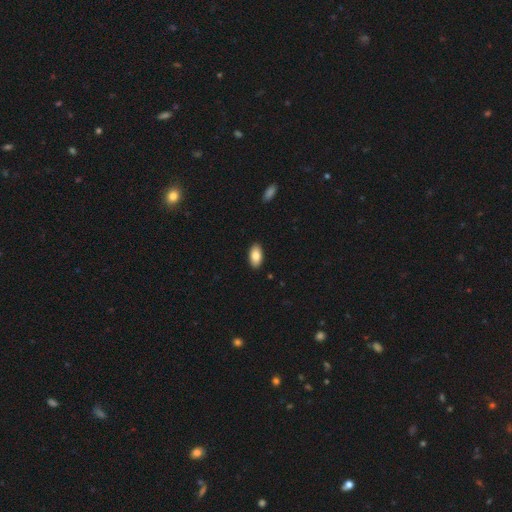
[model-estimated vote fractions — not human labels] A smooth galaxy with no disk features (84%) that is in between round and cigar-shaped (95%).

Vote fractions:
- Smooth or featured? smooth: 84% / featured or disk: 10% / star or artifact: 6%
- How rounded? in between: 95% / cigar-shaped: 3% / round: 3%
- Merging? none: 90% / minor disturbance: 7% / major disturbance: 2% / merger: 1%